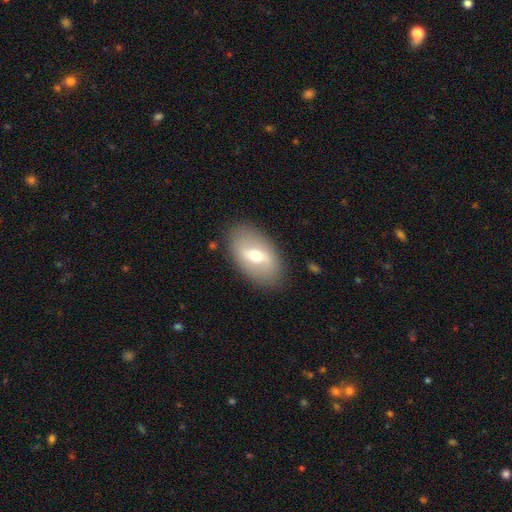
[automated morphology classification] Overall: smooth (47%; featured or disk 45%). Merging: none (85%).